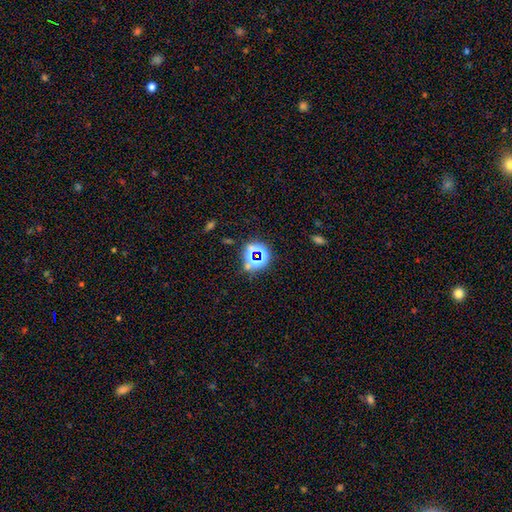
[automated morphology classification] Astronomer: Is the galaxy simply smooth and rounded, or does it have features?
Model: star or artifact — 75%.